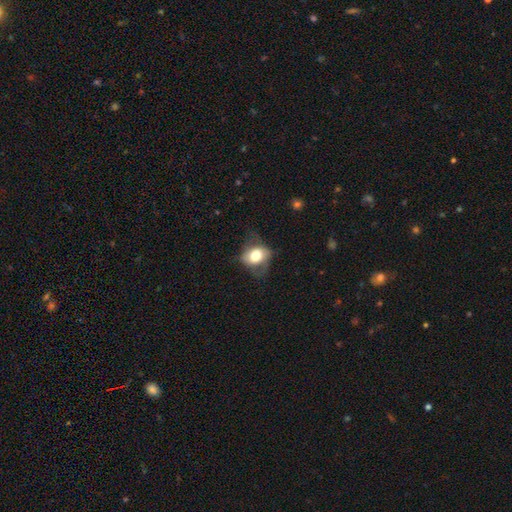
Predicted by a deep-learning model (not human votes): A smooth galaxy with no disk features (64%) that is in between round and cigar-shaped (58%).

Vote fractions:
- Smooth or featured? smooth: 64% / featured or disk: 27% / star or artifact: 9%
- How rounded? in between: 58% / round: 40% / cigar-shaped: 1%
- Merging? none: 49% / minor disturbance: 28% / major disturbance: 21% / merger: 2%